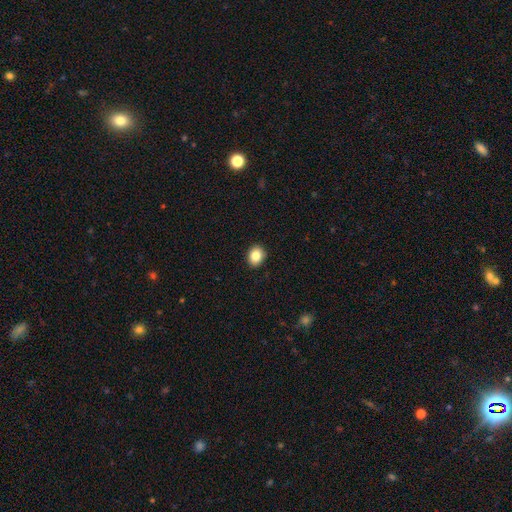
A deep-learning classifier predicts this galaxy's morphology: Overall: smooth (85%). How rounded: round (51%; in between 48%). Merging: none (91%).